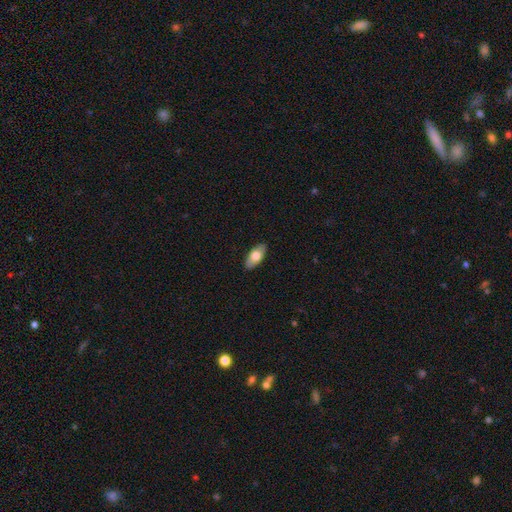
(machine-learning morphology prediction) Smooth or featured? smooth (73%)
How rounded? in between (89%)
Merging? none (88%)